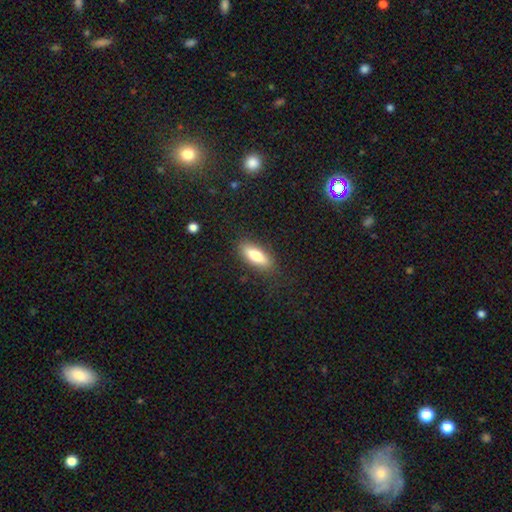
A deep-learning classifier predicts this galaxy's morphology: Overall: smooth (77%). How rounded: in between (64%; cigar-shaped 34%). Merging: none (84%).